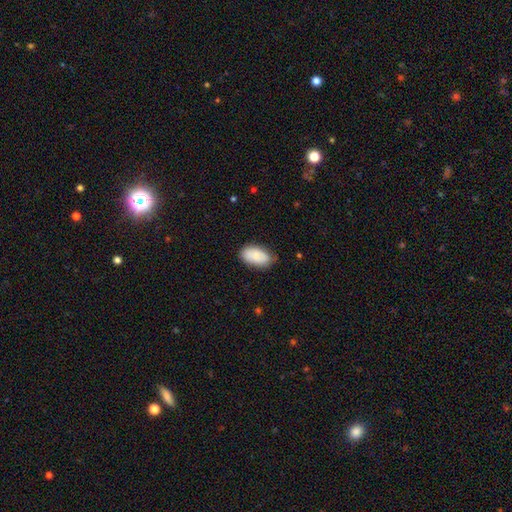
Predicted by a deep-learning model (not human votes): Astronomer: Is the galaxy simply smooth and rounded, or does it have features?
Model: smooth — 84%.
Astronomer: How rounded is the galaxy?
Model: in between — 95%.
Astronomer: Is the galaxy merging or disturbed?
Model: none — 76%.